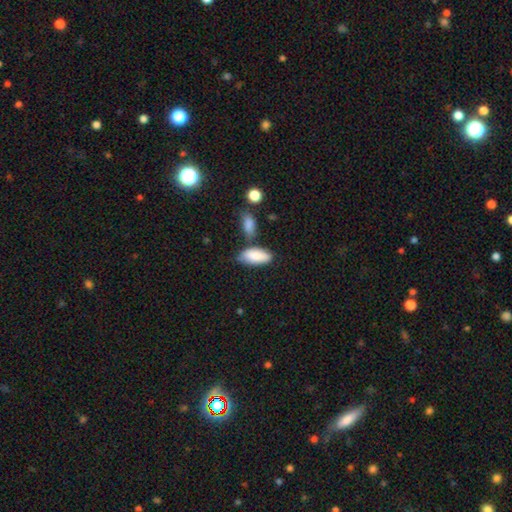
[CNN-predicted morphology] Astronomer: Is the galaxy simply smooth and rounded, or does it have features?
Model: smooth — 85%.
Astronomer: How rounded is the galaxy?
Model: in between — 88%.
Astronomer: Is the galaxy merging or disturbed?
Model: none — 57%.